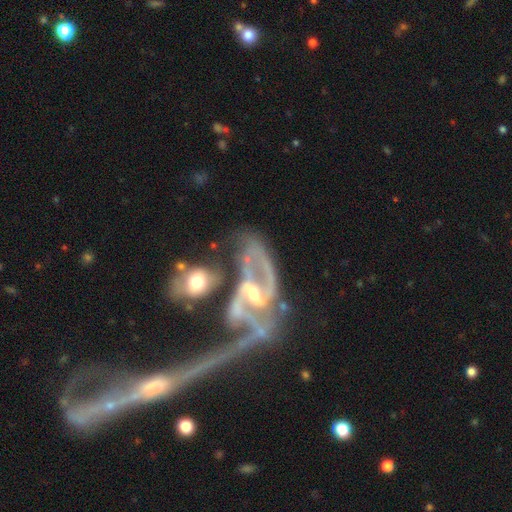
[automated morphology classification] Overall: featured or disk (86%). Edge-on disk: no (96%). Bar: weak (42%; strong 33%). Spiral arms: yes (92%). Spiral arm count: 2 (81%). Spiral winding: loose (47%; medium 40%). Bulge size: small (47%; moderate 44%). Merging: merger (40%; major disturbance 24%).